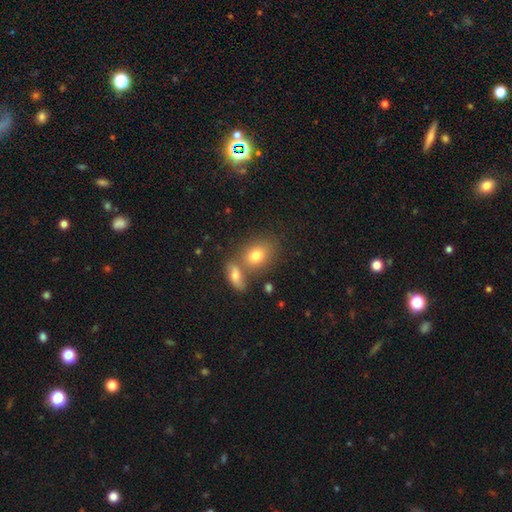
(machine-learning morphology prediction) type=smooth (77%); roundness=in between (68%); merging=none (50%).